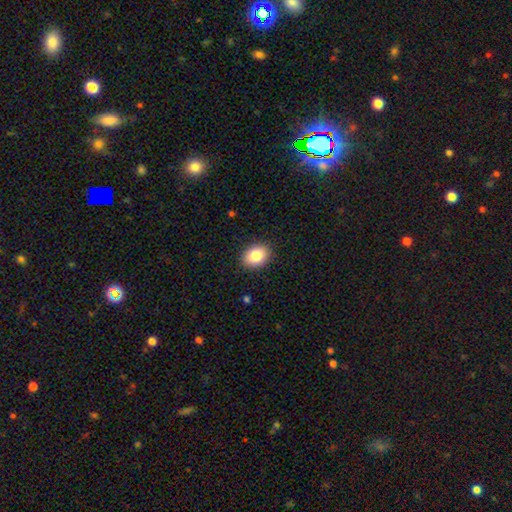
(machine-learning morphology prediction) type=smooth (84%); roundness=in between (73%); merging=none (89%).